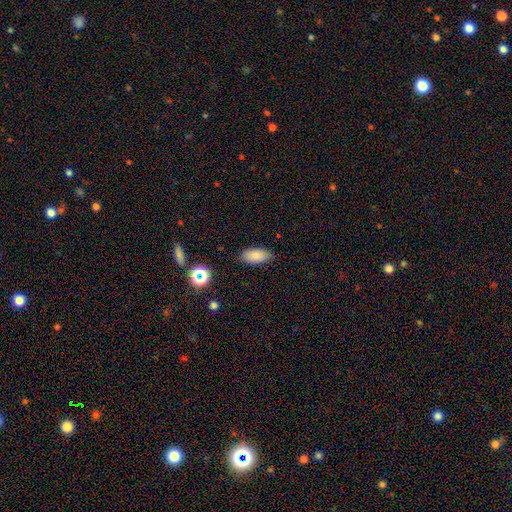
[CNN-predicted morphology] smooth 84%, star or artifact 10%, featured or disk 6%. Down the decision tree: how rounded — in between (91%); merging — none (84%).